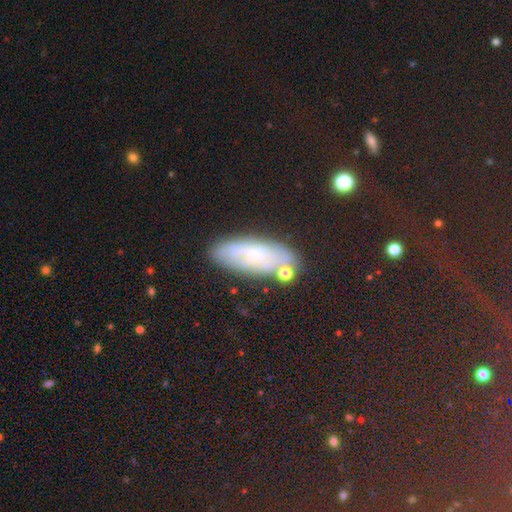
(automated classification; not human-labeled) smooth-or-featured: smooth: 47% | featured or disk: 29% | star or artifact: 25%
  merging: none: 76% | minor disturbance: 16% | major disturbance: 4% | merger: 4%